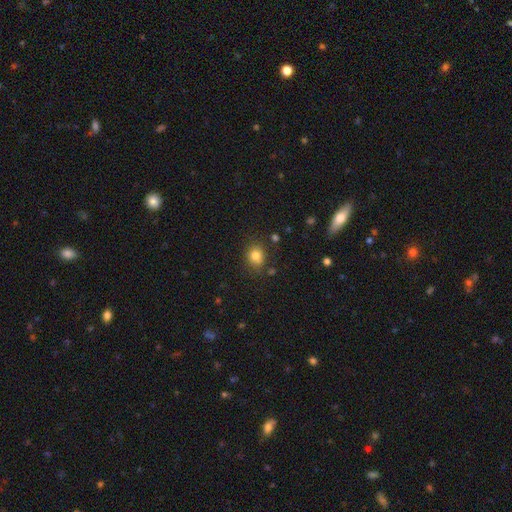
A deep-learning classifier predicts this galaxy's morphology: smooth_or_featured: smooth (p=0.81) [alt: star or artifact p=0.12]
how_rounded: round (p=0.69) [alt: in between p=0.30]
merging: none (p=0.78) [alt: minor disturbance p=0.14]